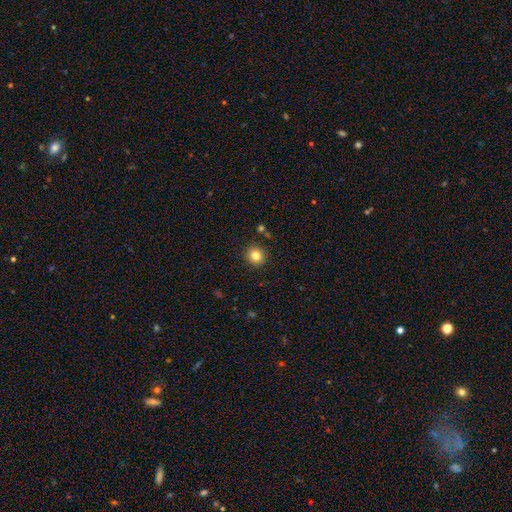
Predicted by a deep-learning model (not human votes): The model was most divided on "smooth or featured": smooth: 82%, star or artifact: 11%, featured or disk: 7%. More confident: merging — none (89%); how rounded — round (89%).